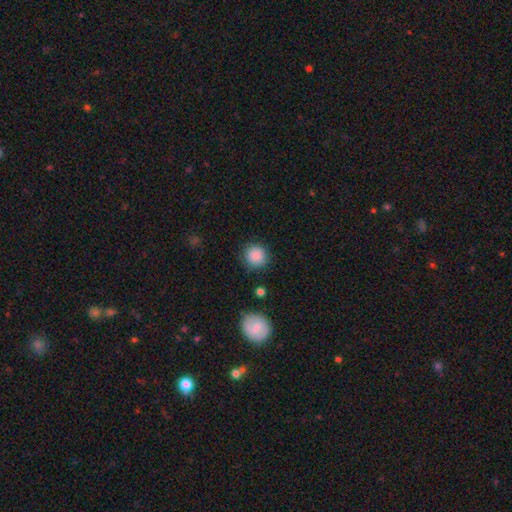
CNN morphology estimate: A smooth galaxy with no disk features (88%) that is round (92%).

Vote fractions:
- Smooth or featured? smooth: 88% / star or artifact: 9% / featured or disk: 4%
- How rounded? round: 92% / in between: 7% / cigar-shaped: 1%
- Merging? none: 88% / minor disturbance: 8% / major disturbance: 3% / merger: 2%